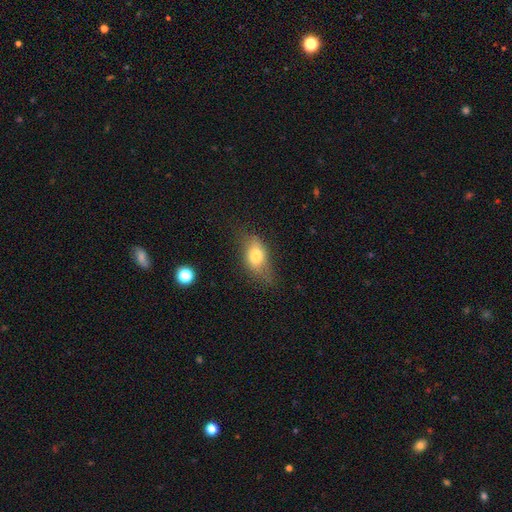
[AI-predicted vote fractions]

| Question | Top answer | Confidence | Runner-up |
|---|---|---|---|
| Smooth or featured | smooth | 72% | featured or disk (19%) |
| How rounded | in between | 83% | round (10%) |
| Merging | none | 57% | minor disturbance (29%) |